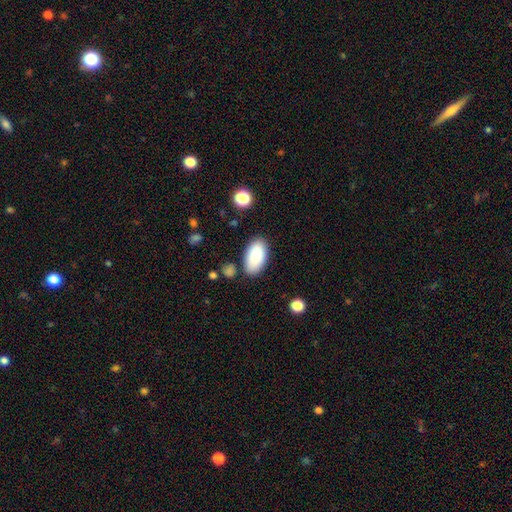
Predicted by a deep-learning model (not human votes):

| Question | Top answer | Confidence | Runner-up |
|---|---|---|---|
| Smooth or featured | smooth | 88% | star or artifact (6%) |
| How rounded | in between | 96% | round (2%) |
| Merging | none | 82% | minor disturbance (11%) |